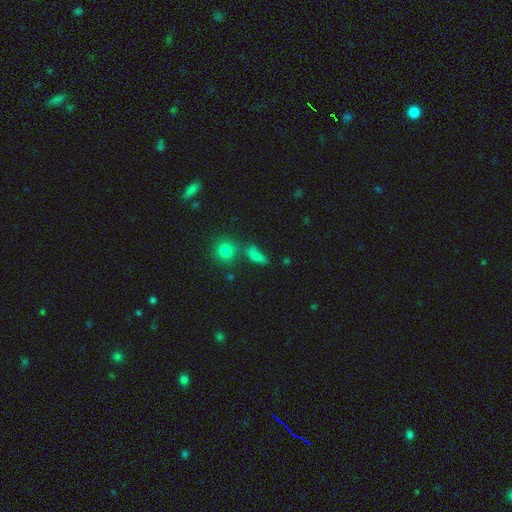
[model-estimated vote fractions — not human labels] Smooth or featured: smooth — 72% (star or artifact — 15%)
How rounded: in between — 62% (cigar-shaped — 25%)
Merging: none — 59% (minor disturbance — 17%)